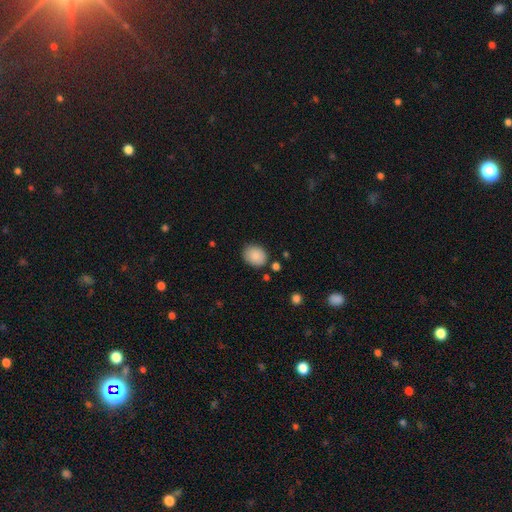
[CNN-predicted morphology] This is clearly a smooth galaxy (88%). How rounded: possibly round (54%). Merging: clearly none (80%).